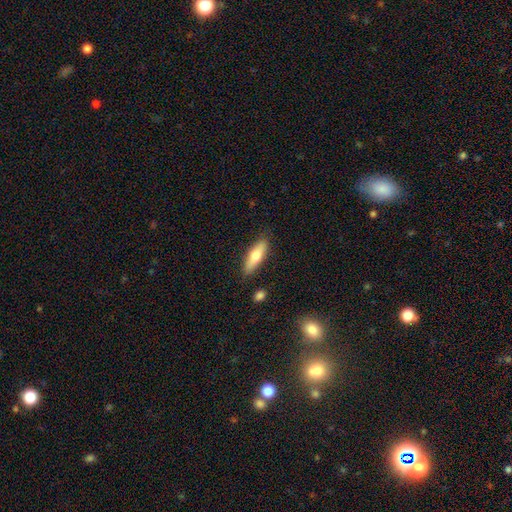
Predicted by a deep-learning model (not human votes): Smooth or featured? smooth (68%)
How rounded? cigar-shaped (53%)
Merging? none (83%)